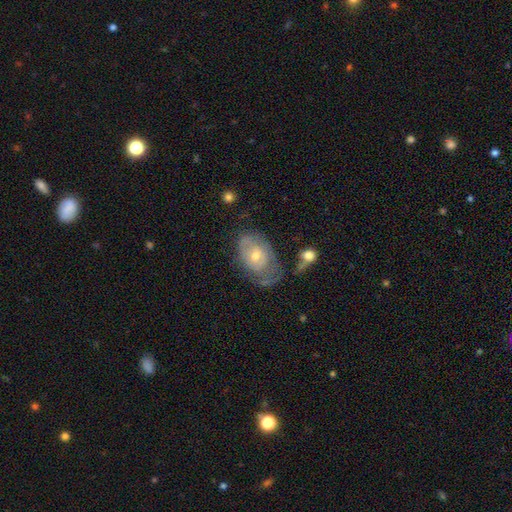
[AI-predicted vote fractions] featured or disk 60%, smooth 33%, star or artifact 7%. Down the decision tree: edge-on disk — no (94%); bar — no (78%); spiral arms — yes (60%); bulge size — moderate (51%); merging — none (37%).